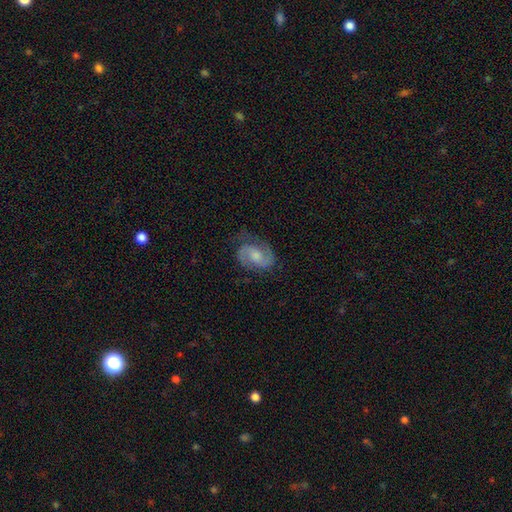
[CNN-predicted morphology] This appears to be a featured or disk galaxy (81%) with no bar (51%), 2 (90%) medium (53%) spiral arms (96%) and a moderate central bulge (48%). Merging: none (72%).